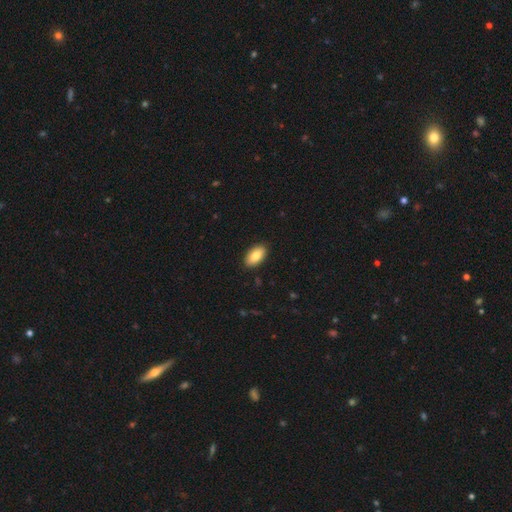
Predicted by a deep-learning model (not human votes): Smooth or featured?
  - smooth: 84% *
  - featured or disk: 9%
  - star or artifact: 6%
How rounded?
  - in between: 94% *
  - round: 3%
  - cigar-shaped: 3%
Merging?
  - none: 90% *
  - minor disturbance: 8%
  - major disturbance: 2%
  - merger: 1%